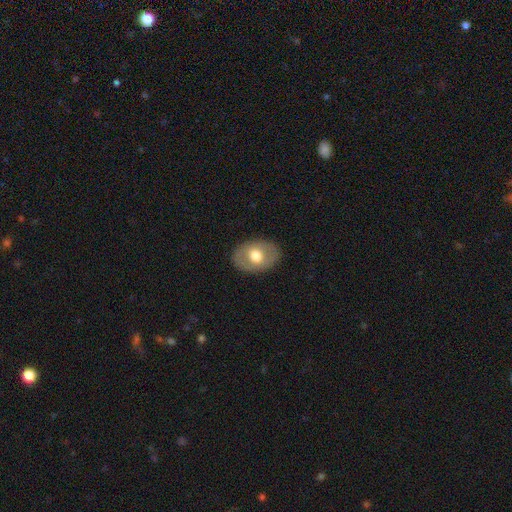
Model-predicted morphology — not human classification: smooth 58%, featured or disk 35%, star or artifact 6%. Down the decision tree: how rounded — in between (75%); merging — none (85%).